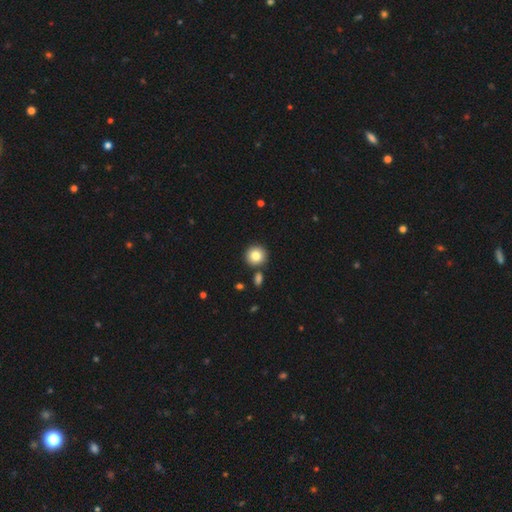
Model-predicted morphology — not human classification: smooth-or-featured: smooth: 82% | star or artifact: 10% | featured or disk: 8%
  how-rounded: round: 93% | in between: 6% | cigar-shaped: 1%
  merging: none: 82% | merger: 8% | minor disturbance: 7% | major disturbance: 2%